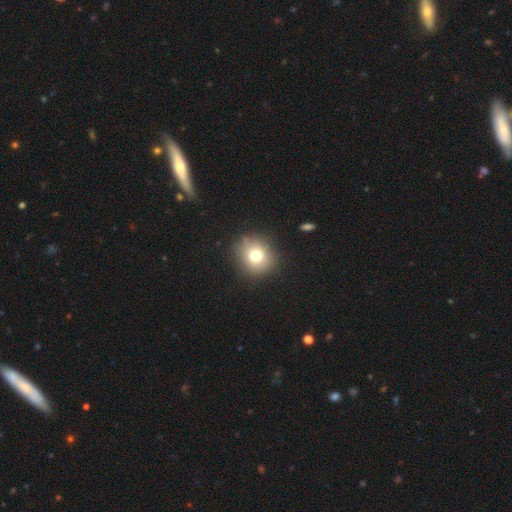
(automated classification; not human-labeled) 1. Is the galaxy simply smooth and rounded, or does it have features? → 77% smooth, 12% star or artifact, 11% featured or disk.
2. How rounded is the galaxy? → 82% round, 17% in between, 1% cigar-shaped.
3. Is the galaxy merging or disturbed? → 86% none, 9% minor disturbance, 3% major disturbance, 2% merger.